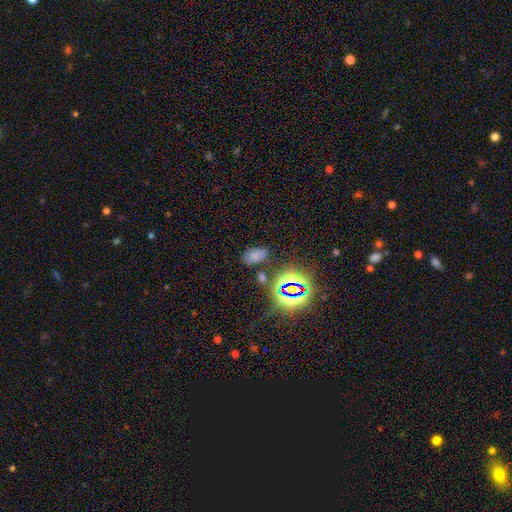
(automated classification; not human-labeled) Q: Smooth or featured?
A: smooth (64%); runner-up: star or artifact (29%)
Q: How rounded?
A: in between (92%); runner-up: round (5%)
Q: Merging?
A: none (77%); runner-up: minor disturbance (13%)